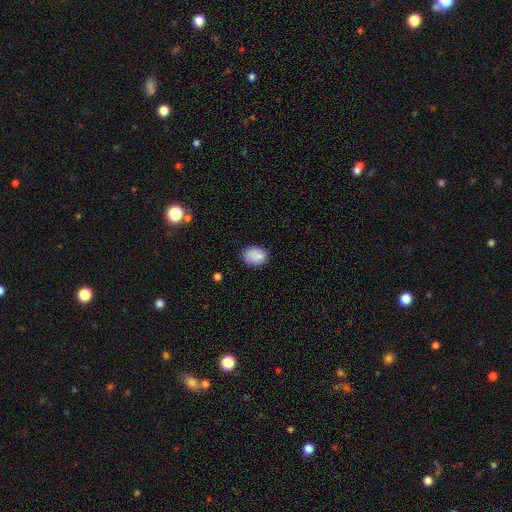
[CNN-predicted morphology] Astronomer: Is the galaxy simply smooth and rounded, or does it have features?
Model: smooth — 84%.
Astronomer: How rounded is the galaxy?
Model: in between — 64%.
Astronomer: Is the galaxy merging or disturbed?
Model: none — 70%.